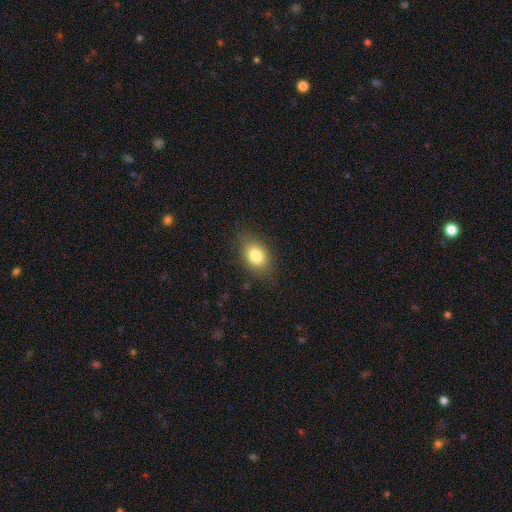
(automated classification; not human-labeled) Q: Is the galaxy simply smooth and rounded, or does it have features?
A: smooth — 80%.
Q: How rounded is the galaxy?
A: in between — 77%.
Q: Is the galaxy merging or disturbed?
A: none — 80%.